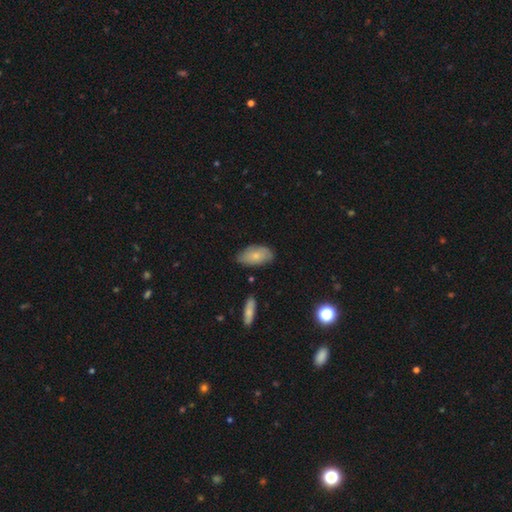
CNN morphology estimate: Smooth or featured? Predicted: smooth (p=0.72). How rounded? Predicted: in between (p=0.94). Merging? Predicted: none (p=0.71).